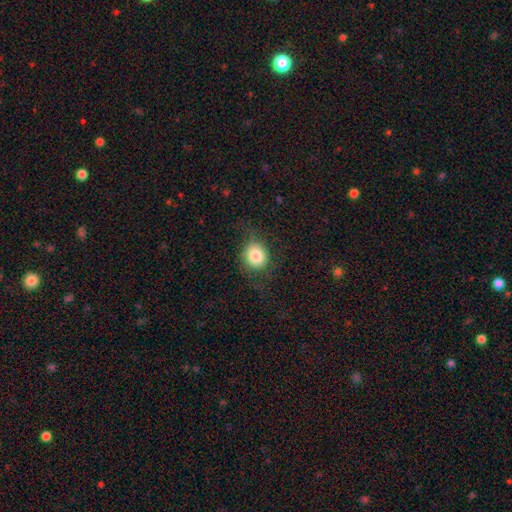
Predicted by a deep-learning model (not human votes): This appears to be a smooth galaxy with no disk features (81%) that is round (82%). Merging: none (74%).